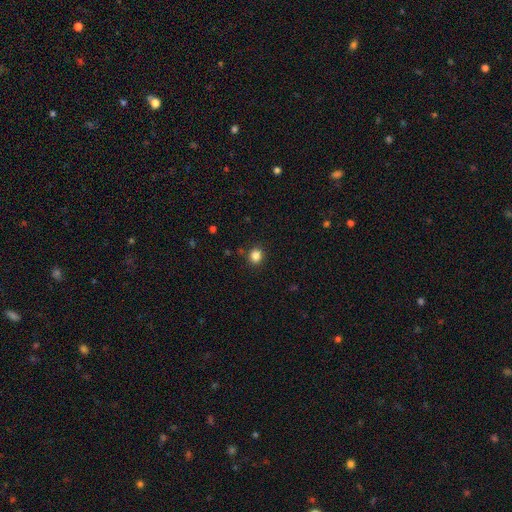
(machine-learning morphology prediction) Overall: smooth (85%). How rounded: round (76%). Merging: none (89%).